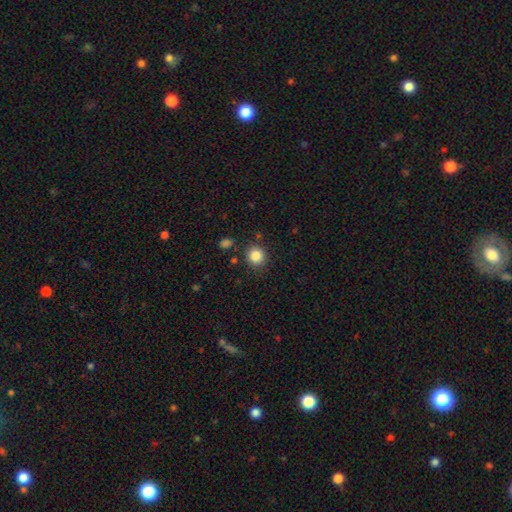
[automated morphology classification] Smooth or featured: smooth — 85% (star or artifact — 10%)
How rounded: round — 88% (in between — 11%)
Merging: none — 86% (minor disturbance — 8%)